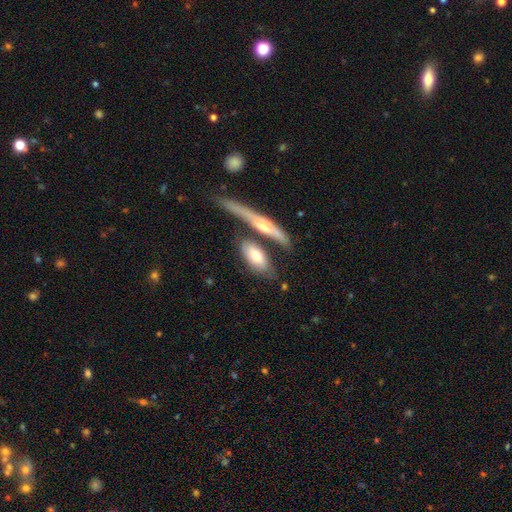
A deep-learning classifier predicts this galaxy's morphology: A smooth galaxy with no disk features (67%) that is in between round and cigar-shaped (73%).

Vote fractions:
- Smooth or featured? smooth: 67% / featured or disk: 28% / star or artifact: 5%
- How rounded? in between: 73% / cigar-shaped: 23% / round: 3%
- Merging? none: 51% / merger: 28% / minor disturbance: 16% / major disturbance: 5%